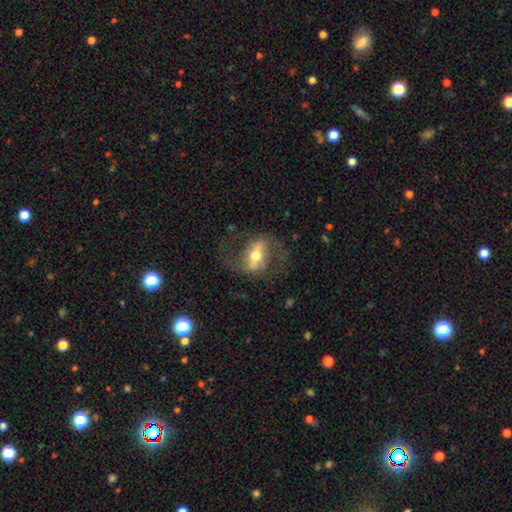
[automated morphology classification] featured or disk 79%, smooth 15%, star or artifact 6%. Down the decision tree: edge-on disk — no (90%); bar — strong (61%); spiral arms — yes (84%); spiral arm count — 2 (90%); spiral winding — medium (45%); bulge size — moderate (69%); merging — none (71%).